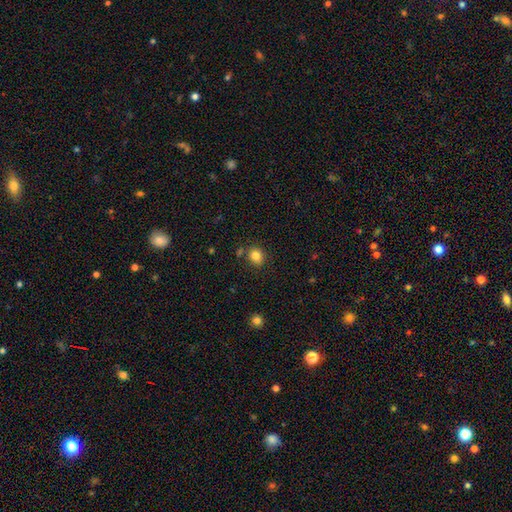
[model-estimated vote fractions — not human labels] A smooth galaxy with no disk features (82%) that is round (69%). Merging: none (81%).